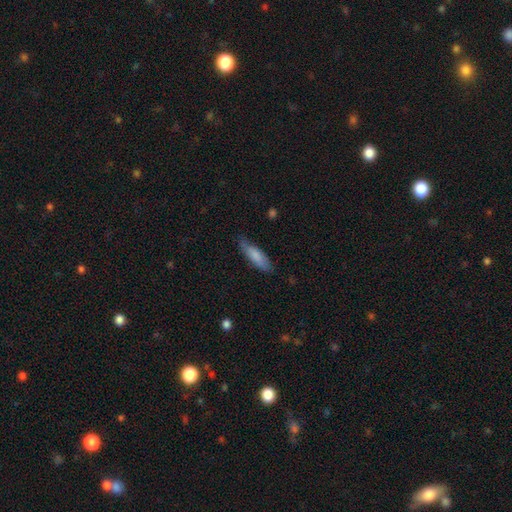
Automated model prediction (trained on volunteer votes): Smooth or featured?
  - smooth: 81% *
  - featured or disk: 14%
  - star or artifact: 6%
How rounded?
  - cigar-shaped: 58% *
  - in between: 41%
  - round: 1%
Merging?
  - none: 73% *
  - minor disturbance: 21%
  - major disturbance: 4%
  - merger: 1%